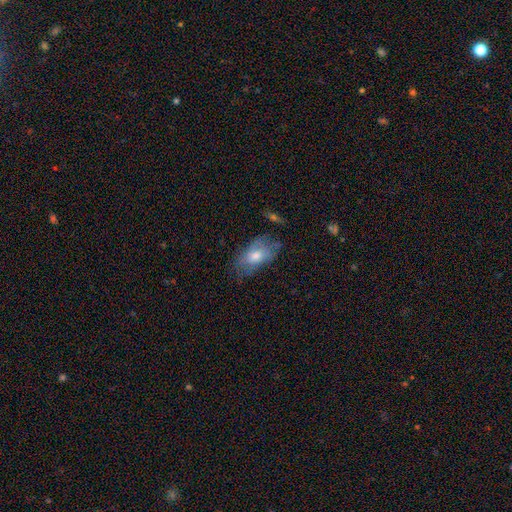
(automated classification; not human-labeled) smooth_or_featured: smooth (p=0.62) [alt: featured or disk p=0.29]
how_rounded: in between (p=0.90) [alt: round p=0.06]
merging: none (p=0.55) [alt: minor disturbance p=0.29]